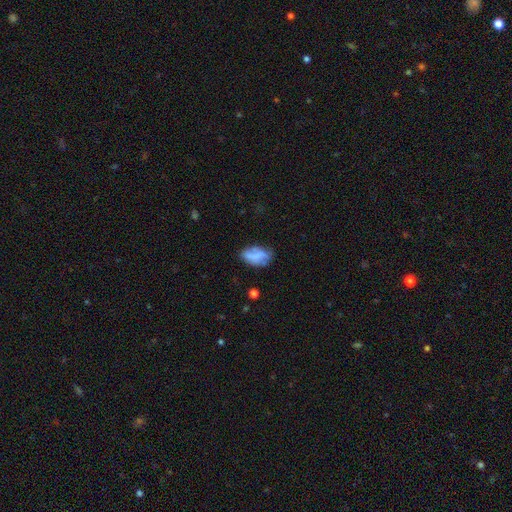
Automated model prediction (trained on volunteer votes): Overall: smooth (61%; featured or disk 30%). How rounded: in between (91%). Merging: none (53%; minor disturbance 28%).